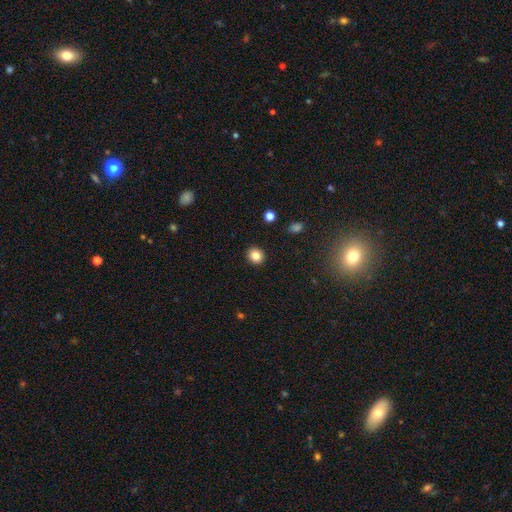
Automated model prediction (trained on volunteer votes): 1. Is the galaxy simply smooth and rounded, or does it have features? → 84% smooth, 11% star or artifact, 5% featured or disk.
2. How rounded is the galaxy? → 84% round, 15% in between, 1% cigar-shaped.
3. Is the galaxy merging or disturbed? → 92% none, 5% minor disturbance, 2% major disturbance, 1% merger.